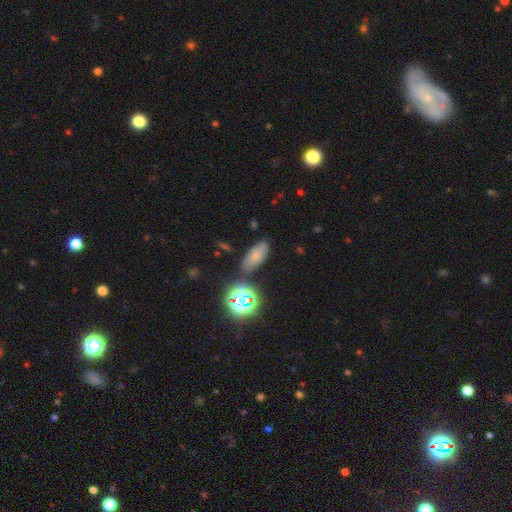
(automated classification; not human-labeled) The model was most divided on "smooth or featured": smooth: 63%, star or artifact: 23%, featured or disk: 14%. More confident: how rounded — in between (86%); merging — none (75%).